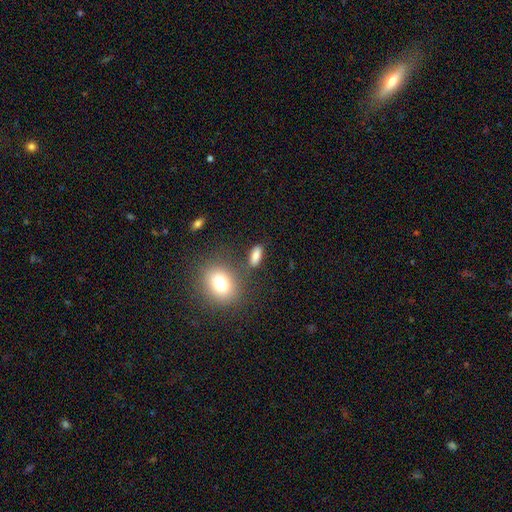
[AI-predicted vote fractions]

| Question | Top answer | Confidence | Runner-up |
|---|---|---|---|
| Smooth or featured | smooth | 82% | star or artifact (10%) |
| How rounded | in between | 74% | cigar-shaped (18%) |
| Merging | none | 74% | minor disturbance (13%) |